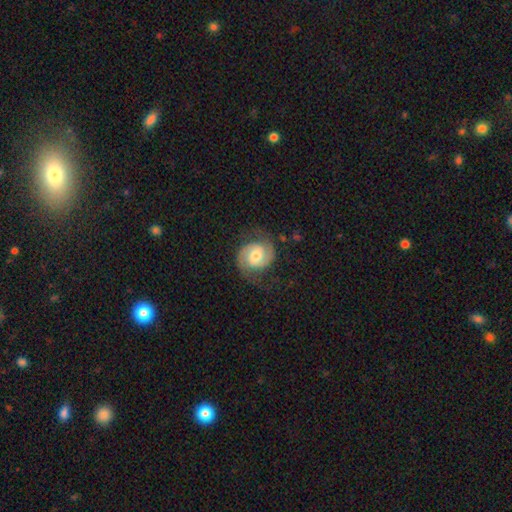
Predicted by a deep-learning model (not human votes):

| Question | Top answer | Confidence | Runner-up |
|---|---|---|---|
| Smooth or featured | featured or disk | 80% | smooth (14%) |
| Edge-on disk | no | 98% | yes (2%) |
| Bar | no | 52% | weak (39%) |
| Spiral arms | yes | 96% | no (4%) |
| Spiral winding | medium | 48% | tight (35%) |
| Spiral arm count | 2 | 91% | can't tell (4%) |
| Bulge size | moderate | 62% | small (24%) |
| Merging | none | 72% | minor disturbance (17%) |